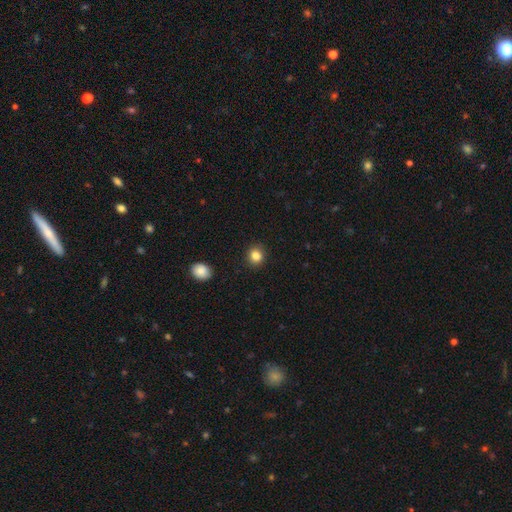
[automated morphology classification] Smooth or featured?
  - smooth: 85% *
  - star or artifact: 11%
  - featured or disk: 4%
How rounded?
  - round: 82% *
  - in between: 17%
  - cigar-shaped: 1%
Merging?
  - none: 90% *
  - minor disturbance: 6%
  - major disturbance: 2%
  - merger: 1%